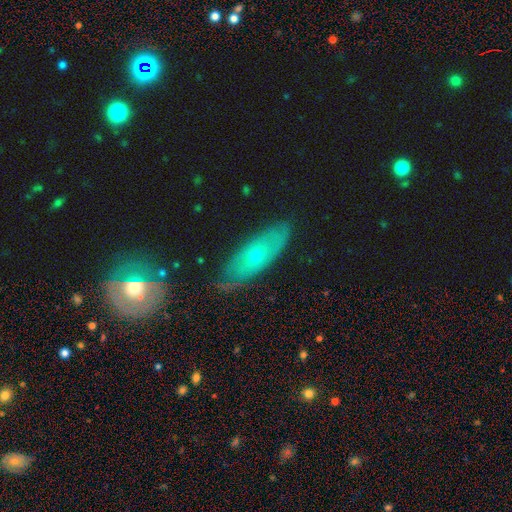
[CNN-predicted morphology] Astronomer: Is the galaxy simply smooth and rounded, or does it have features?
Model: featured or disk — 53% (runner-up: smooth, 40%).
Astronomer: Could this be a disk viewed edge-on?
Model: no — 66%.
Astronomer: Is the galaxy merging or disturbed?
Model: none — 77%.